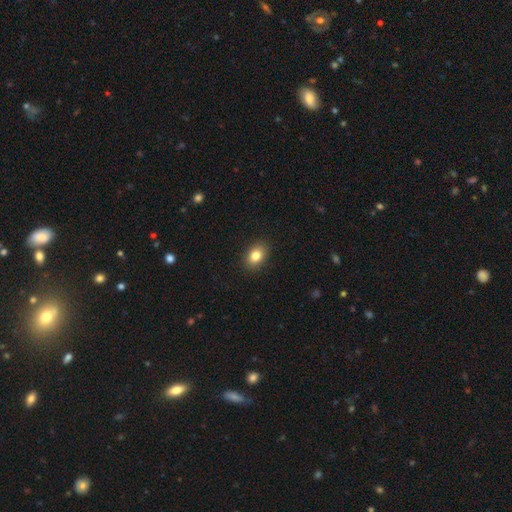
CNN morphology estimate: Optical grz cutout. It shows a smooth galaxy with no disk features (82%) that is in between round and cigar-shaped (73%). Merging: none (89%).